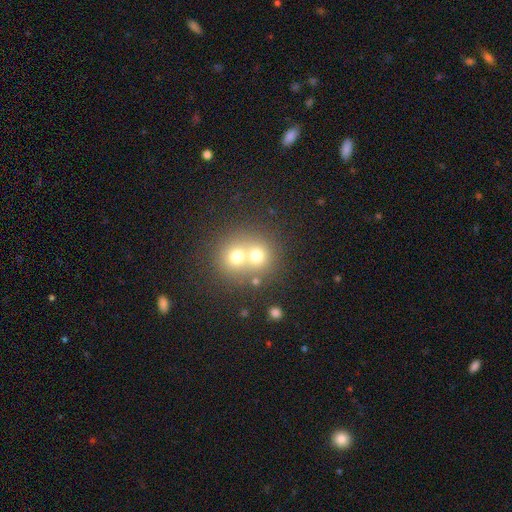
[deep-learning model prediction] smooth 68%, featured or disk 18%, star or artifact 14%. Down the decision tree: how rounded — round (83%); merging — merger (63%).